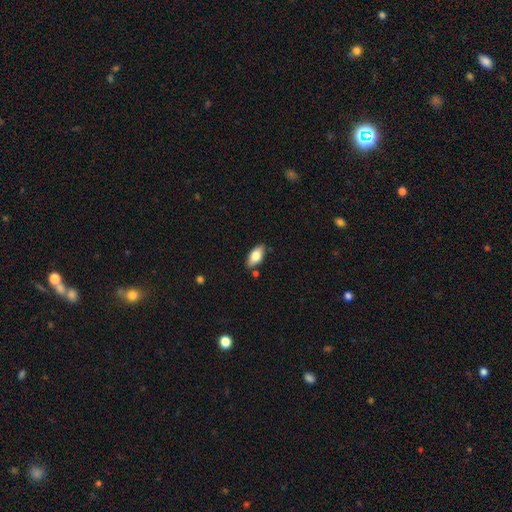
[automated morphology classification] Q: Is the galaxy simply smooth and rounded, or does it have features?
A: smooth — 75%.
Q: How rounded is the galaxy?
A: in between — 89%.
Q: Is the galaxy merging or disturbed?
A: none — 82%.